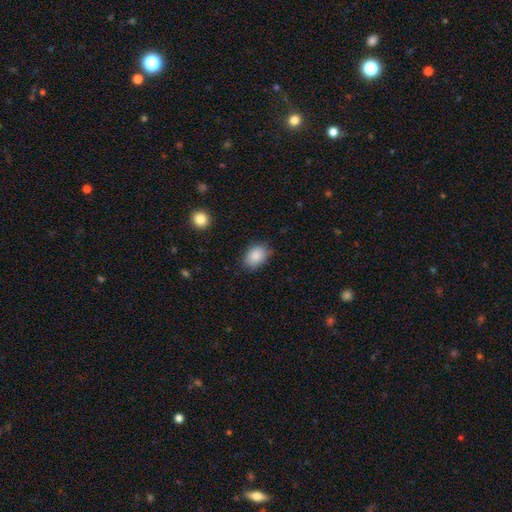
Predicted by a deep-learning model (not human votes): This is clearly a smooth galaxy (87%). How rounded: likely in between (80%). Merging: likely none (79%).